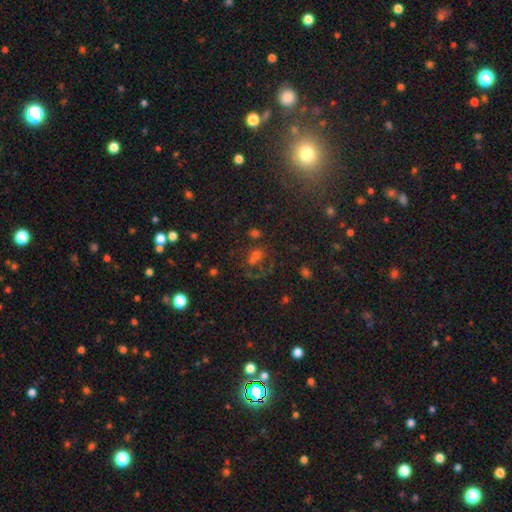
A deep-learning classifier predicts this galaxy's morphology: A smooth galaxy with no disk features (39%, tied with star or artifact).

Vote fractions:
- Smooth or featured? smooth: 39% (tied) / star or artifact: 39% (tied) / featured or disk: 22%
- Merging? none: 45% / merger: 23% / major disturbance: 17% / minor disturbance: 14%